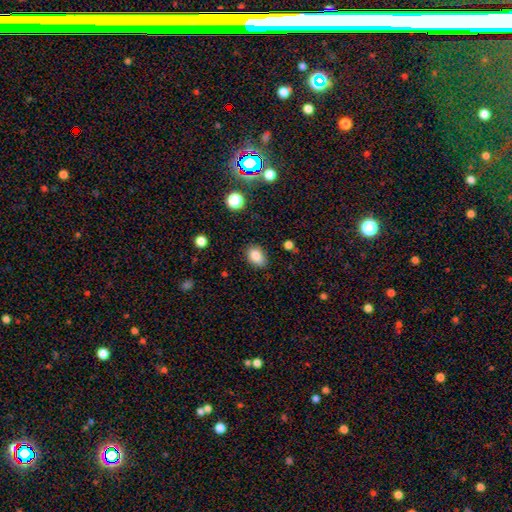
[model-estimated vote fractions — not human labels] The model was most divided on "how rounded": in between: 80%, round: 18%, cigar-shaped: 1%. More confident: smooth or featured — smooth (84%); merging — none (79%).